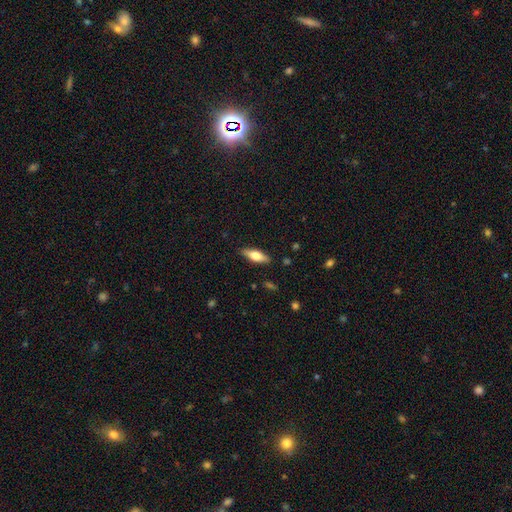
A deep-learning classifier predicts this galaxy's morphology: This appears to be a smooth galaxy with no disk features (57%) that is in between round and cigar-shaped (58%). Merging: none (88%).